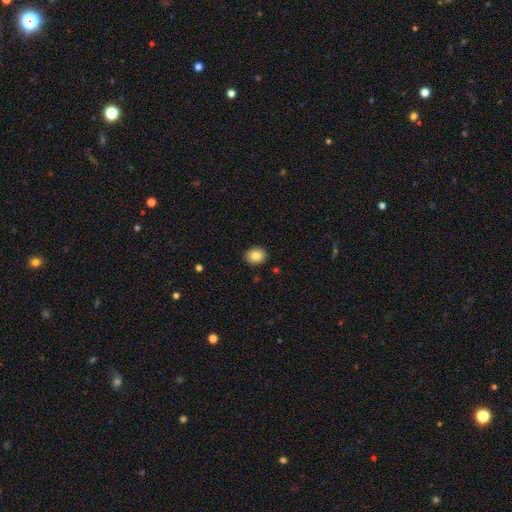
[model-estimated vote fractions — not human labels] Overall: smooth (85%). How rounded: round (54%; in between 45%). Merging: none (89%).